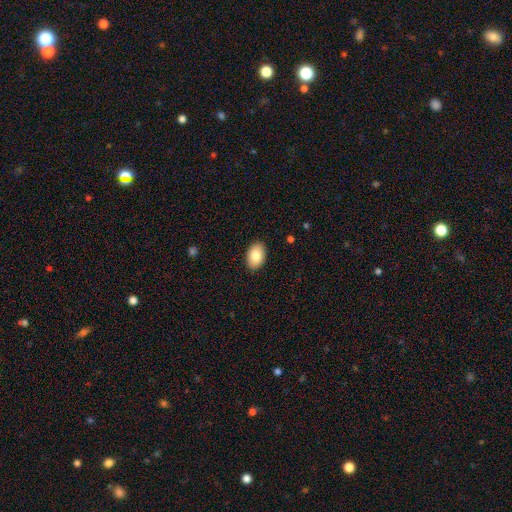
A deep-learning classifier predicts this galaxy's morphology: This is clearly a smooth galaxy (82%). How rounded: clearly in between (89%). Merging: clearly none (90%).